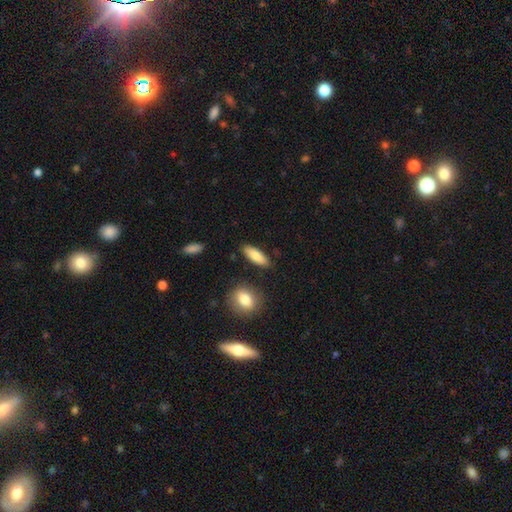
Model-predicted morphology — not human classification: smooth_or_featured: smooth (p=0.84) [alt: featured or disk p=0.10]
how_rounded: in between (p=0.63) [alt: cigar-shaped p=0.35]
merging: none (p=0.84) [alt: minor disturbance p=0.10]